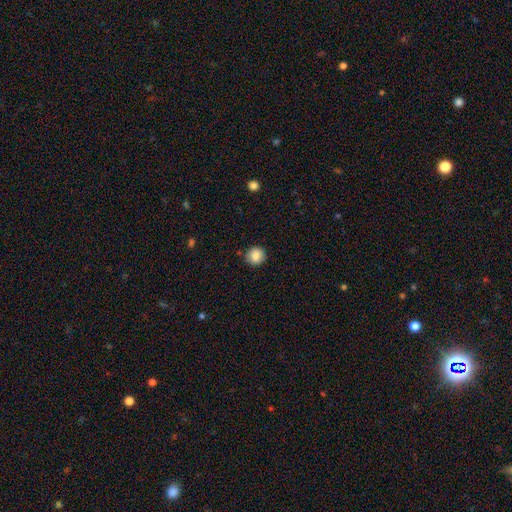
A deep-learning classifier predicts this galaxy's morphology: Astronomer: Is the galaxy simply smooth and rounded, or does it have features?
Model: smooth — 87%.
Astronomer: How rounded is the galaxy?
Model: round — 90%.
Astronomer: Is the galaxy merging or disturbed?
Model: none — 87%.